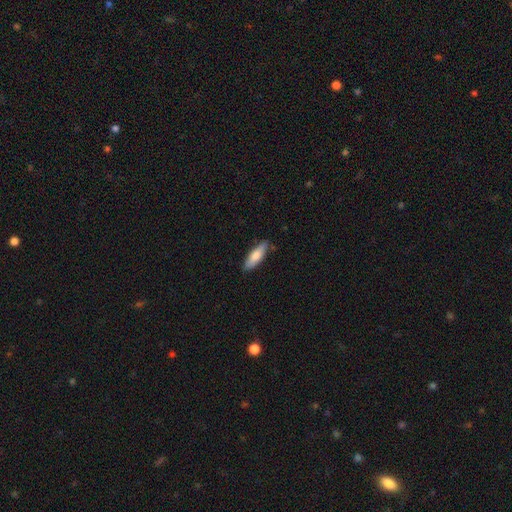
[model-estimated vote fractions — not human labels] A smooth galaxy with no disk features (76%) that is cigar-shaped (50%). Merging: none (83%).